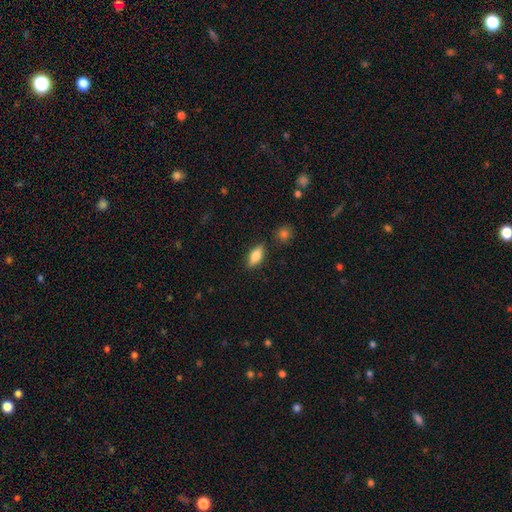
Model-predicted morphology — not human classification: Q: Smooth or featured?
A: smooth (73%); runner-up: featured or disk (20%)
Q: How rounded?
A: in between (79%); runner-up: cigar-shaped (18%)
Q: Merging?
A: none (84%); runner-up: minor disturbance (11%)